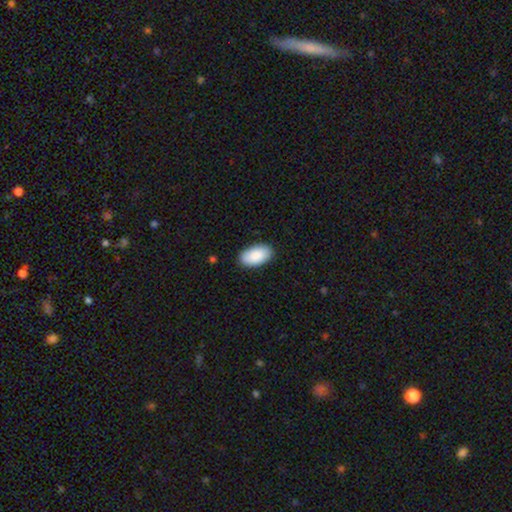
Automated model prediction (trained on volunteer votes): Q: Smooth or featured?
A: smooth (90%); runner-up: star or artifact (6%)
Q: How rounded?
A: in between (96%); runner-up: round (2%)
Q: Merging?
A: none (88%); runner-up: minor disturbance (9%)